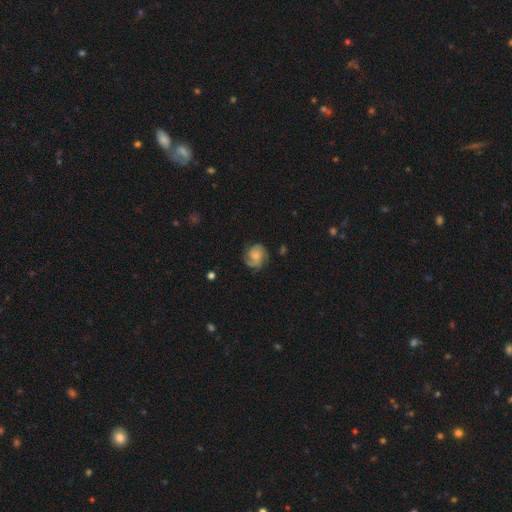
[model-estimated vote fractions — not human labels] Q: Smooth or featured?
A: featured or disk (67%); runner-up: smooth (25%)
Q: Edge-on disk?
A: no (98%); runner-up: yes (2%)
Q: Bar?
A: no (71%); runner-up: weak (25%)
Q: Spiral arms?
A: yes (93%); runner-up: no (7%)
Q: Spiral winding?
A: tight (46%); runner-up: medium (40%)
Q: Spiral arm count?
A: 2 (37%); runner-up: 3 (29%)
Q: Bulge size?
A: moderate (39%); tied with: small (39%)
Q: Merging?
A: none (72%); runner-up: minor disturbance (18%)